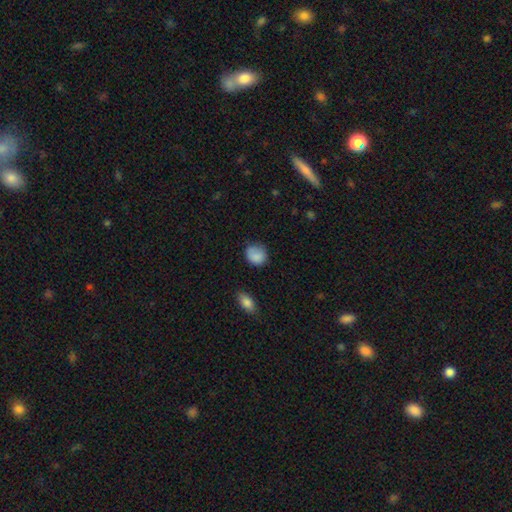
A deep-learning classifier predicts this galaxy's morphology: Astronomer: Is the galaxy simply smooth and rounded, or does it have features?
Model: smooth — 86%.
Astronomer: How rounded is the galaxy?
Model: round — 73%.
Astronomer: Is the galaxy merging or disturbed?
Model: none — 70%.